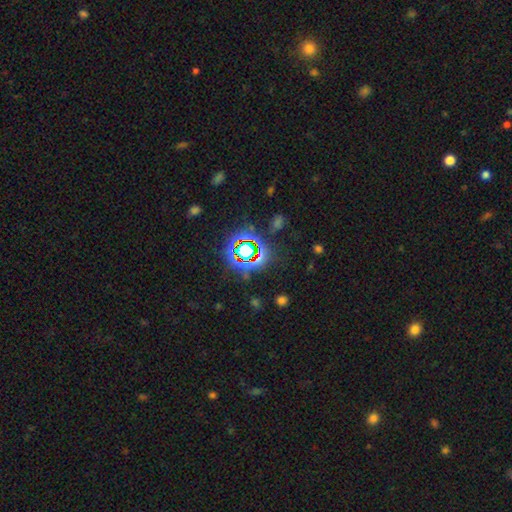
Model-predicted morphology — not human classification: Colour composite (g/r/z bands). It shows a star or artifact, not a galaxy (72%).